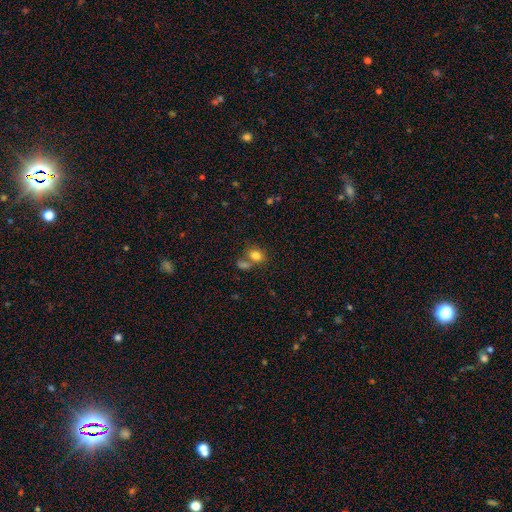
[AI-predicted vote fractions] A smooth galaxy with no disk features (80%) that is in between round and cigar-shaped (52%).

Vote fractions:
- Smooth or featured? smooth: 80% / star or artifact: 12% / featured or disk: 9%
- How rounded? in between: 52% / round: 47% / cigar-shaped: 1%
- Merging? none: 49% / merger: 34% / minor disturbance: 12% / major disturbance: 6%